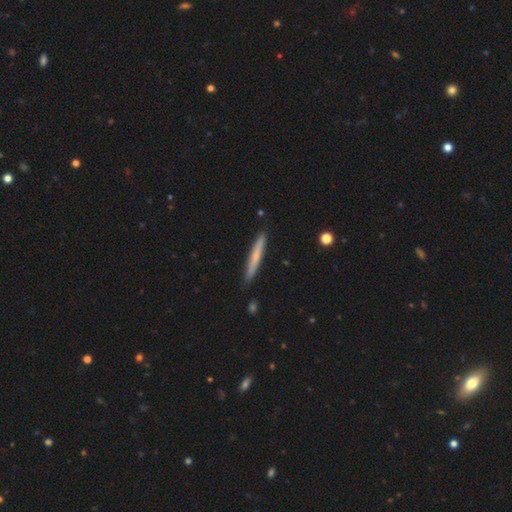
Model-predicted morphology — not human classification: smooth-or-featured: smooth: 61% | featured or disk: 34% | star or artifact: 5%
  how-rounded: cigar-shaped: 96% | in between: 3% | round: 1%
  merging: none: 89% | minor disturbance: 8% | merger: 1% | major disturbance: 1%